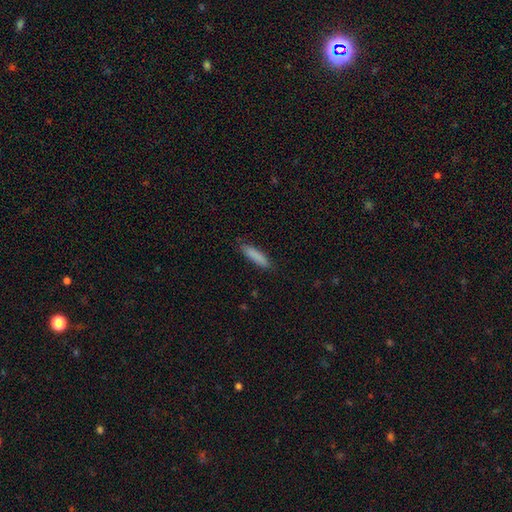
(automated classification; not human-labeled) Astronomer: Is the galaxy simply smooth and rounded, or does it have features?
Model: smooth — 86%.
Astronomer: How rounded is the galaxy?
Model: cigar-shaped — 78%.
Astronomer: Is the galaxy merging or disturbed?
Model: none — 85%.